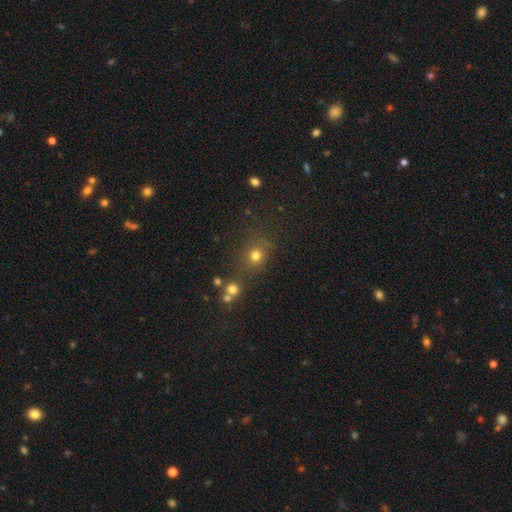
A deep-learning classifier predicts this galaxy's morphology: Smooth or featured? smooth (72%)
How rounded? round (82%)
Merging? none (70%)